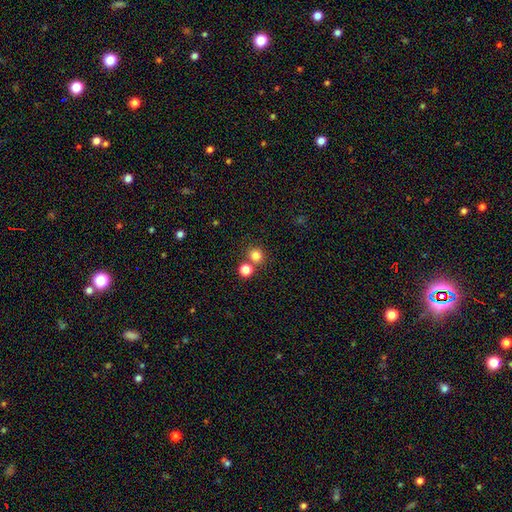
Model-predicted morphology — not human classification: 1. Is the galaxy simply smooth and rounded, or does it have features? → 80% smooth, 14% star or artifact, 6% featured or disk.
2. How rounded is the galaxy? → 91% round, 8% in between, 1% cigar-shaped.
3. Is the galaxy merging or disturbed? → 71% none, 21% merger, 6% minor disturbance, 3% major disturbance.